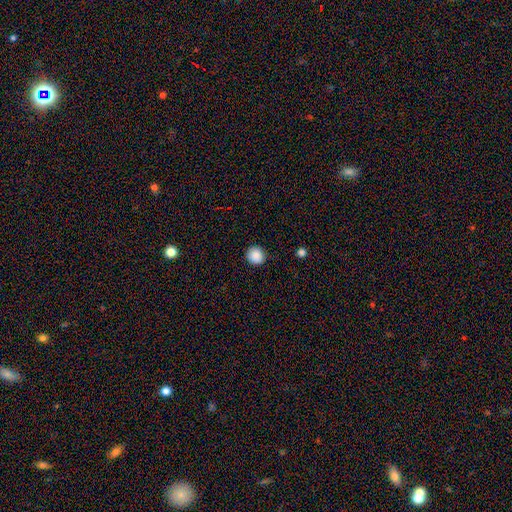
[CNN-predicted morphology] Smooth or featured?
  - smooth: 88% *
  - star or artifact: 9%
  - featured or disk: 3%
How rounded?
  - round: 91% *
  - in between: 8%
  - cigar-shaped: 1%
Merging?
  - none: 90% *
  - minor disturbance: 7%
  - major disturbance: 2%
  - merger: 1%